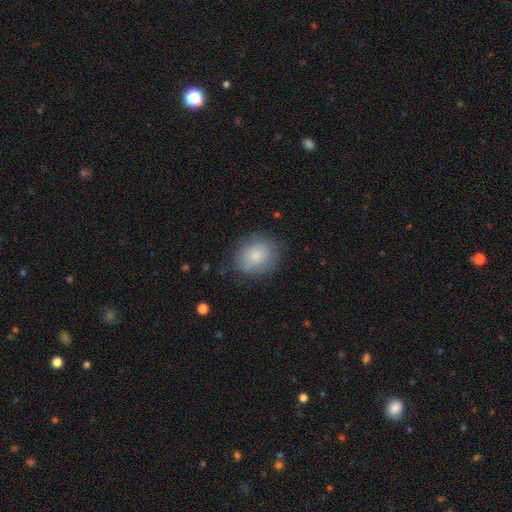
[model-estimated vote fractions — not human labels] Q: Smooth or featured?
A: smooth (80%); runner-up: featured or disk (12%)
Q: How rounded?
A: round (56%); runner-up: in between (43%)
Q: Merging?
A: none (76%); runner-up: minor disturbance (17%)